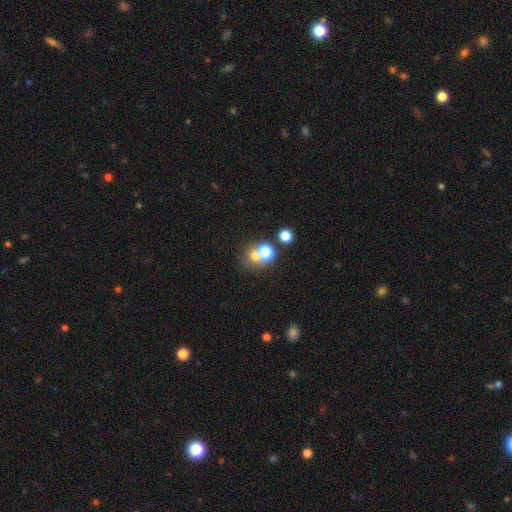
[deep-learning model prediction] Smooth or featured?
  - smooth: 64% *
  - star or artifact: 21%
  - featured or disk: 14%
How rounded?
  - round: 77% *
  - in between: 22%
  - cigar-shaped: 1%
Merging?
  - none: 45% *
  - merger: 43%
  - minor disturbance: 7%
  - major disturbance: 5%